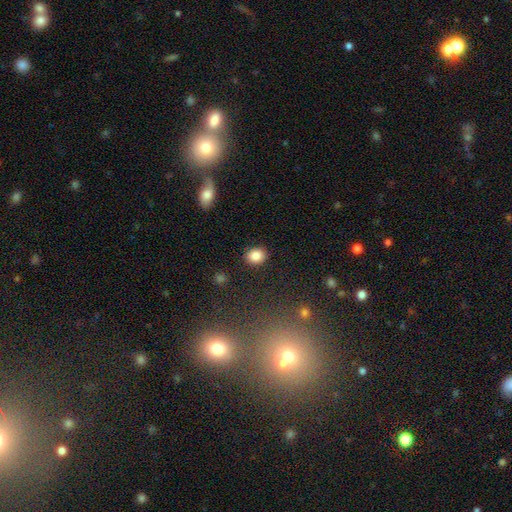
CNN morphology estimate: type=smooth (85%); roundness=round (58%); merging=none (88%).